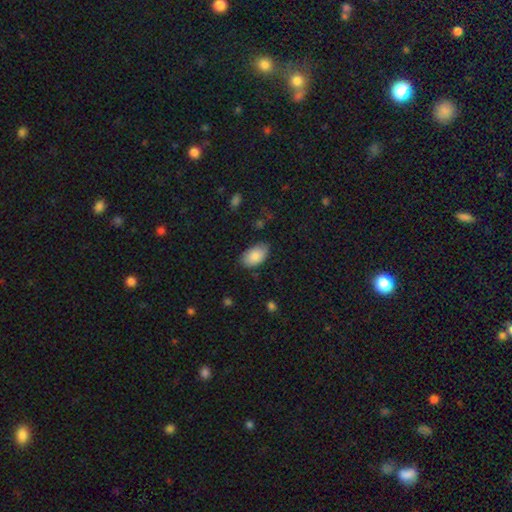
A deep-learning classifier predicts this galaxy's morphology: This appears to be a smooth galaxy with no disk features (87%) that is in between round and cigar-shaped (95%). Merging: none (79%).